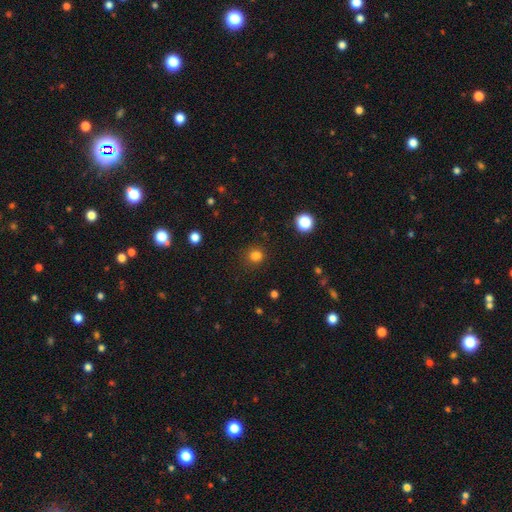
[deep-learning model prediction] smooth-or-featured: smooth: 80% | star or artifact: 16% | featured or disk: 4%
  how-rounded: round: 83% | in between: 16% | cigar-shaped: 1%
  merging: none: 82% | minor disturbance: 10% | merger: 4% | major disturbance: 4%